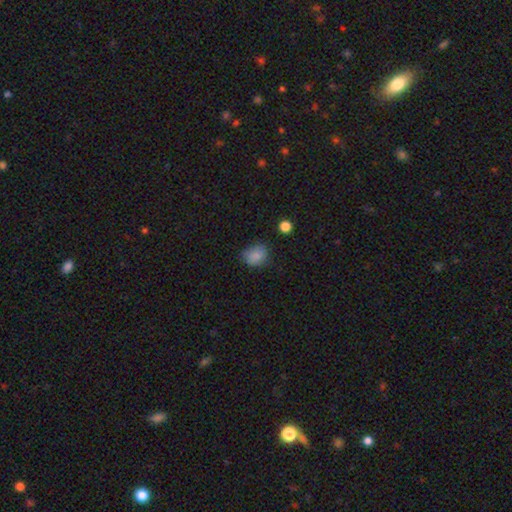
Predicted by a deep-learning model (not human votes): Overall: smooth (84%). How rounded: in between (50%; round 49%). Merging: none (68%).